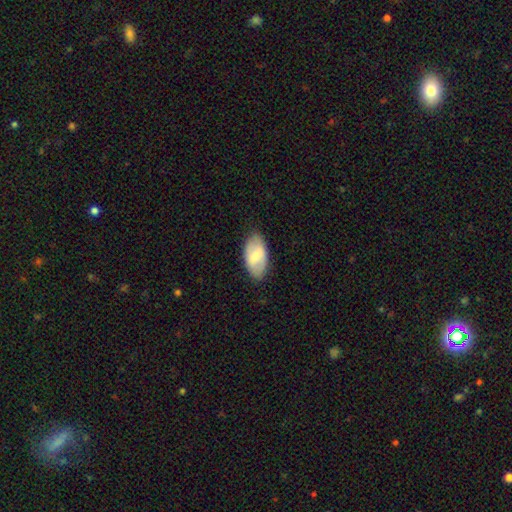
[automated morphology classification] Q: Smooth or featured?
A: smooth (67%); runner-up: featured or disk (26%)
Q: How rounded?
A: in between (94%); runner-up: round (3%)
Q: Merging?
A: none (82%); runner-up: minor disturbance (14%)